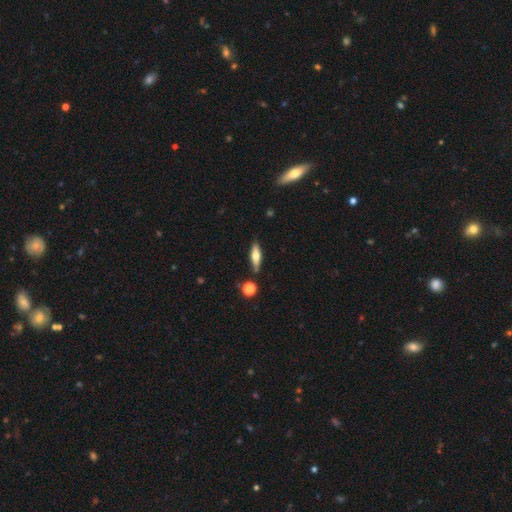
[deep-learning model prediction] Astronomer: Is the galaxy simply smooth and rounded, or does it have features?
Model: smooth — 50% (runner-up: featured or disk, 43%).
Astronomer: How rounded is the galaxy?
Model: cigar-shaped — 57% (runner-up: in between, 40%).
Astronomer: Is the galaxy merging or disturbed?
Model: none — 83%.